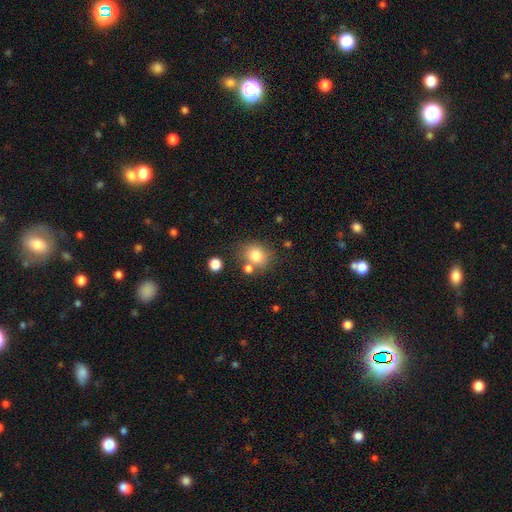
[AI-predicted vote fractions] Morphology: type=smooth (79%); roundness=round (70%); merging=none (65%).